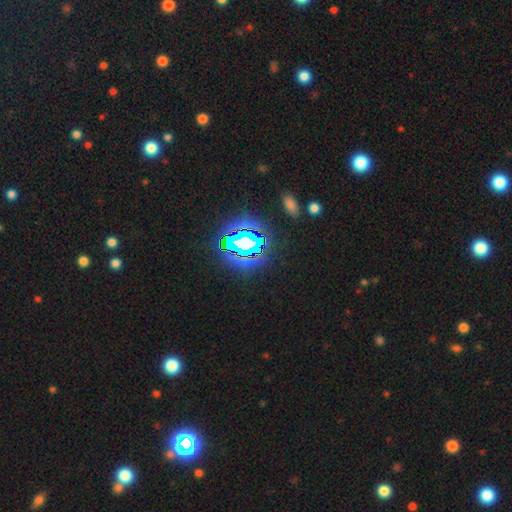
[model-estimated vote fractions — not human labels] smooth_or_featured: star or artifact (p=0.83) [alt: smooth p=0.10]